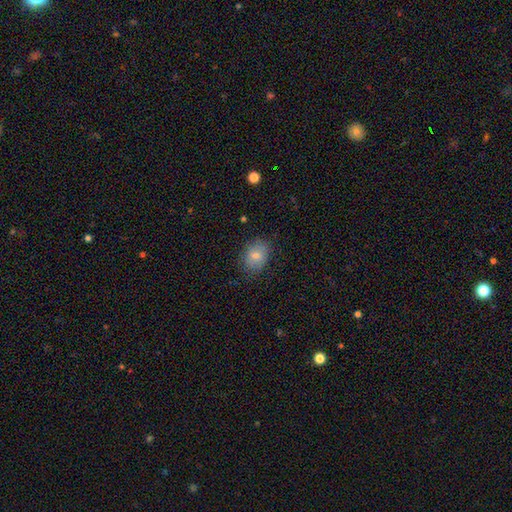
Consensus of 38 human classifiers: smooth_or_featured: smooth (p=0.84) [alt: featured or disk p=0.13]
how_rounded: in between (p=0.62) [alt: round p=0.38]
merging: none (p=0.73) [alt: minor disturbance p=0.14]